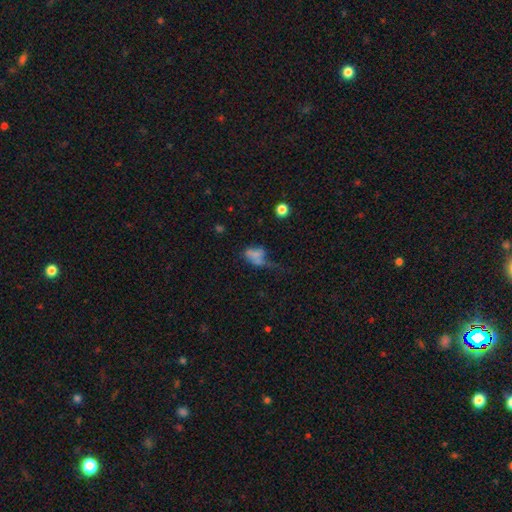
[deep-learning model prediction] Overall: smooth (59%; featured or disk 25%). How rounded: in between (80%). Merging: major disturbance (40%; minor disturbance 21%).